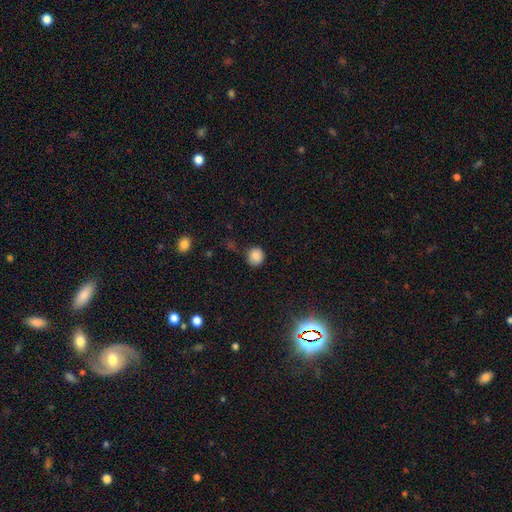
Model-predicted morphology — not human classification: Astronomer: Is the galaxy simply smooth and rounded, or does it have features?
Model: smooth — 83%.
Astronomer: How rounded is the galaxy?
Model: round — 84%.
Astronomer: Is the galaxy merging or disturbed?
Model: none — 75%.